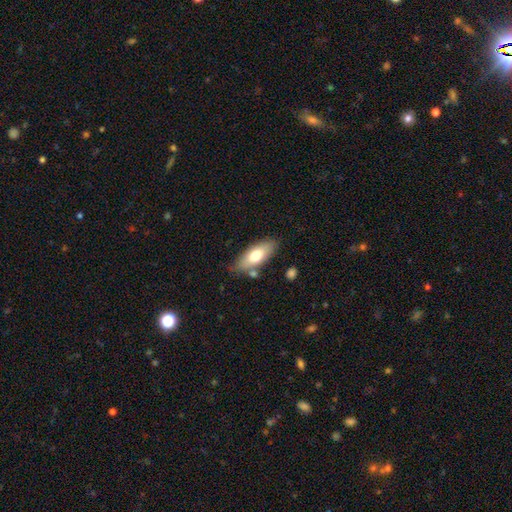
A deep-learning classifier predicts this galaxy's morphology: A smooth galaxy with no disk features (68%) that is in between round and cigar-shaped (77%). Merging: none (76%).